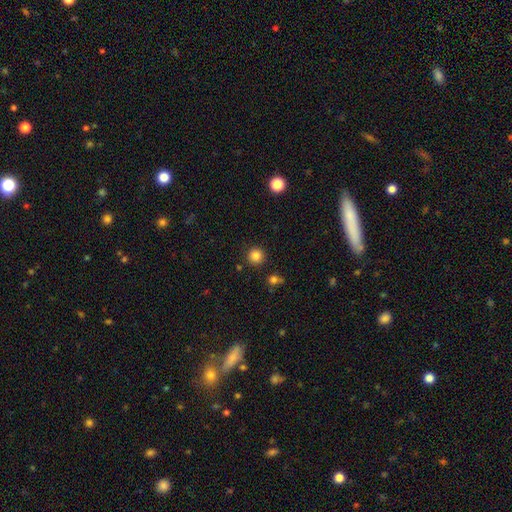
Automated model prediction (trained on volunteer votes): This is clearly a smooth galaxy (84%). How rounded: clearly round (95%). Merging: clearly none (90%).